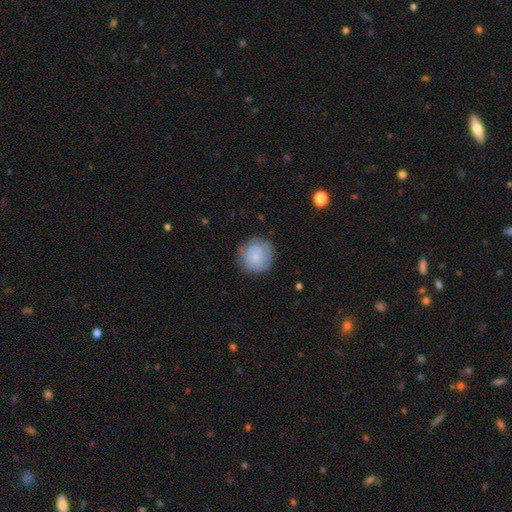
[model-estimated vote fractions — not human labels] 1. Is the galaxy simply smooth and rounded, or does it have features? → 63% smooth, 30% featured or disk, 7% star or artifact.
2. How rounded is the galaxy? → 90% round, 9% in between, 1% cigar-shaped.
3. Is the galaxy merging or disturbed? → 79% none, 15% minor disturbance, 5% major disturbance, 1% merger.